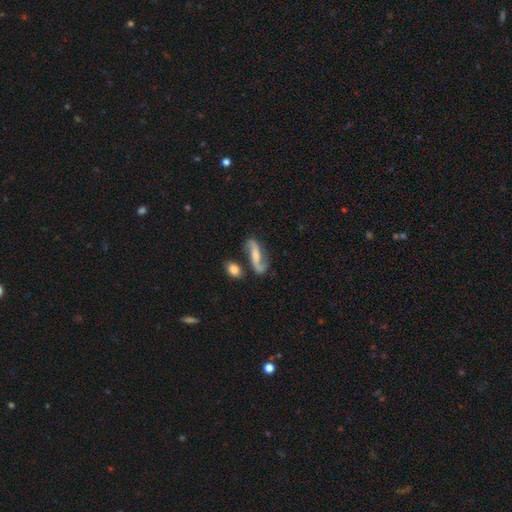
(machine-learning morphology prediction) This is likely a featured or disk galaxy (75%). It is clearly not viewed edge-on (90%). Bar: marginally no (38%). Spiral arm pattern: clearly yes (93%). Spiral arm count: clearly 2 (92%). Spiral winding: likely loose (71%). Central bulge: marginally small (33%). Merging: likely none (64%).